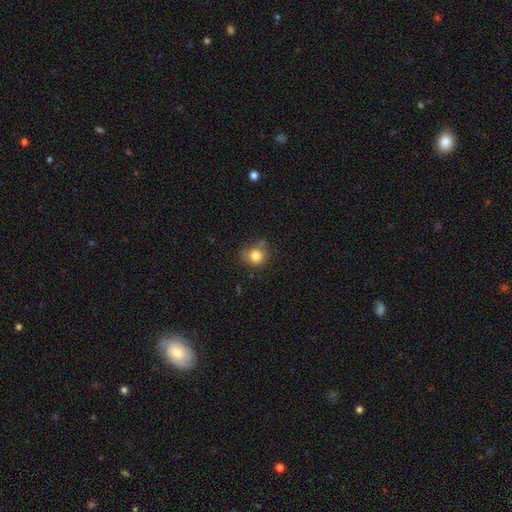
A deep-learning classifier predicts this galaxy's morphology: The model was most divided on "merging": none: 69%, minor disturbance: 21%, major disturbance: 5%, merger: 5%. More confident: smooth or featured — smooth (81%); how rounded — round (81%).